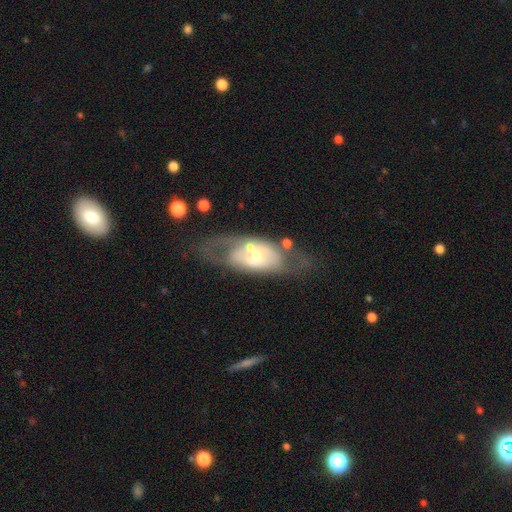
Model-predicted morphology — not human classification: This is likely a featured or disk galaxy (62%). It is clearly not viewed edge-on (88%). Bar: likely no (76%). Spiral arm pattern: likely no (61%). Central bulge: possibly small (45%). Merging: possibly none (48%).